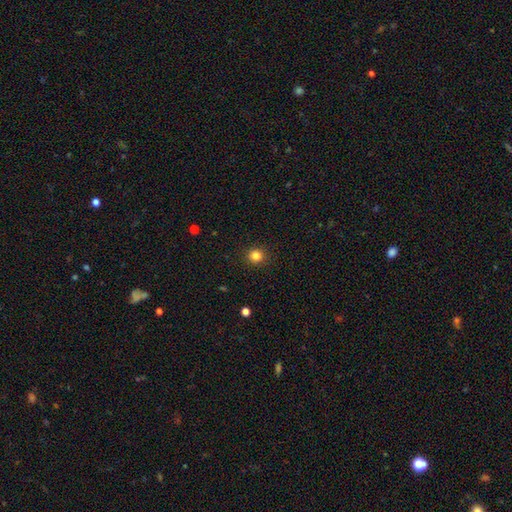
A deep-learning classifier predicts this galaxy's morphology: The model was most divided on "smooth or featured": smooth: 83%, star or artifact: 12%, featured or disk: 4%. More confident: merging — none (91%); how rounded — round (91%).